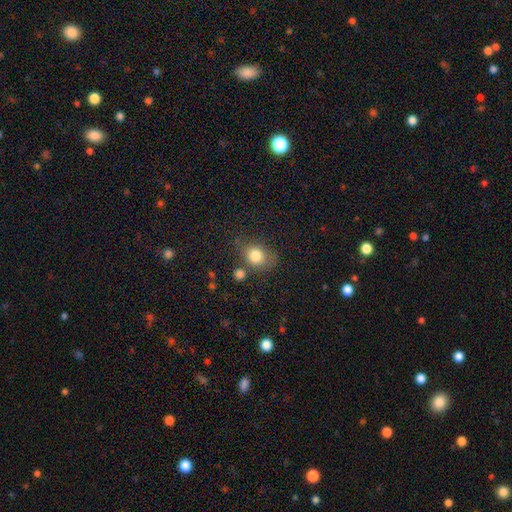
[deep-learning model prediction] smooth 82%, star or artifact 10%, featured or disk 9%. Down the decision tree: how rounded — round (55%); merging — none (60%).